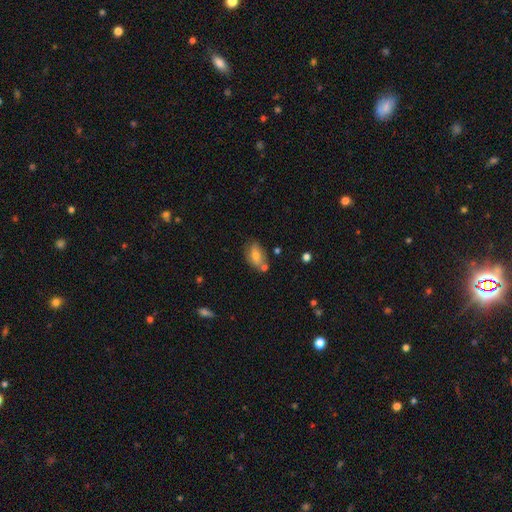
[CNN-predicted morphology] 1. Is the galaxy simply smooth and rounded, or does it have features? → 68% smooth, 24% featured or disk, 8% star or artifact.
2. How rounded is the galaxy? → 88% in between, 8% round, 5% cigar-shaped.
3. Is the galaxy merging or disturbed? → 60% none, 21% minor disturbance, 14% merger, 6% major disturbance.